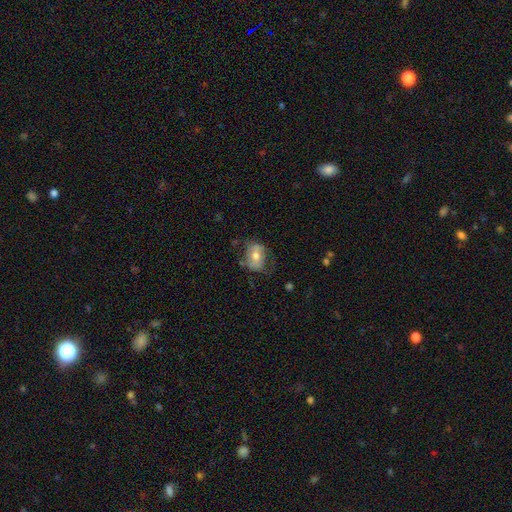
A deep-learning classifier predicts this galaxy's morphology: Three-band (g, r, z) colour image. It shows a smooth galaxy with no disk features (56%) that is in between round and cigar-shaped (64%). Merging: none (56%).